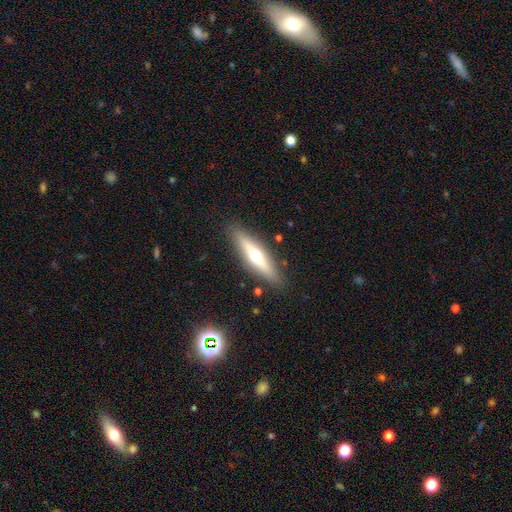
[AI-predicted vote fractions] This appears to be a featured or disk galaxy (55%) viewed edge-on (91%) with a rounded central bulge (92%). Merging: none (87%).